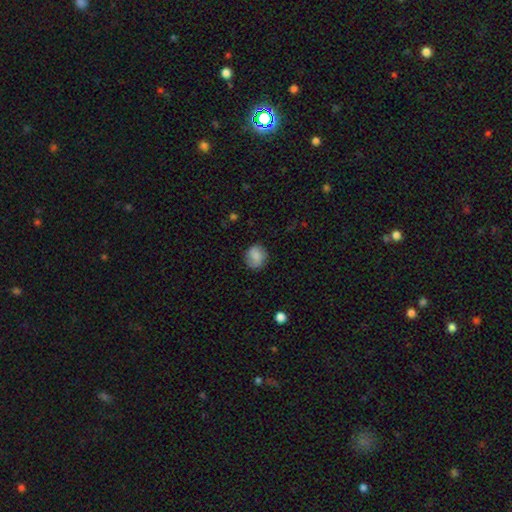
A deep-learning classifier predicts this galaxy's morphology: This is clearly a smooth galaxy (81%). How rounded: likely round (79%). Merging: likely none (78%).